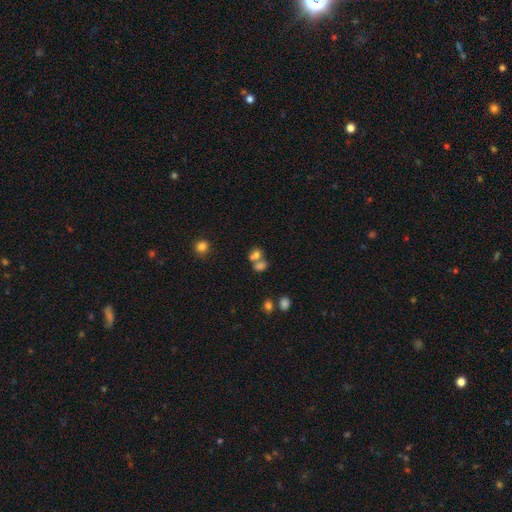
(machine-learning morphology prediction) Smooth or featured? Predicted: smooth (p=0.70). How rounded? Predicted: in between (p=0.60). Merging? Predicted: merger (p=0.60).